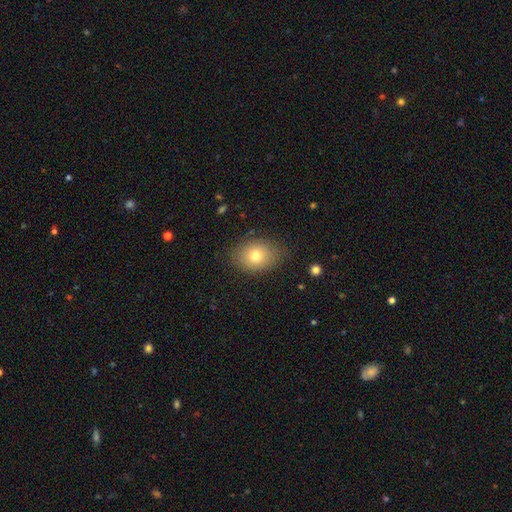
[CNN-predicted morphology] This is likely a smooth galaxy (75%). How rounded: possibly in between (56%). Merging: clearly none (81%).